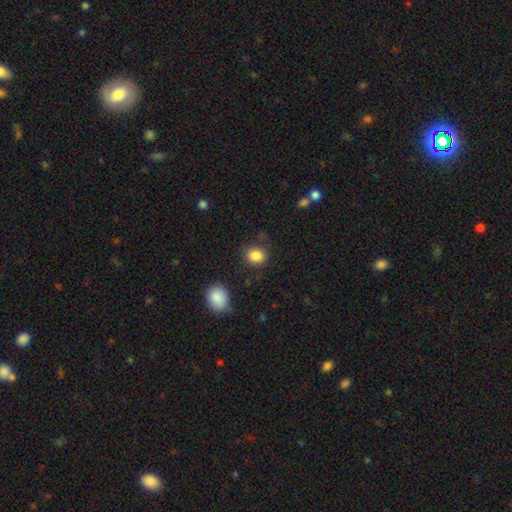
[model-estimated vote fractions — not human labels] Smooth or featured: smooth — 86% (star or artifact — 10%)
How rounded: round — 65% (in between — 34%)
Merging: none — 79% (minor disturbance — 14%)